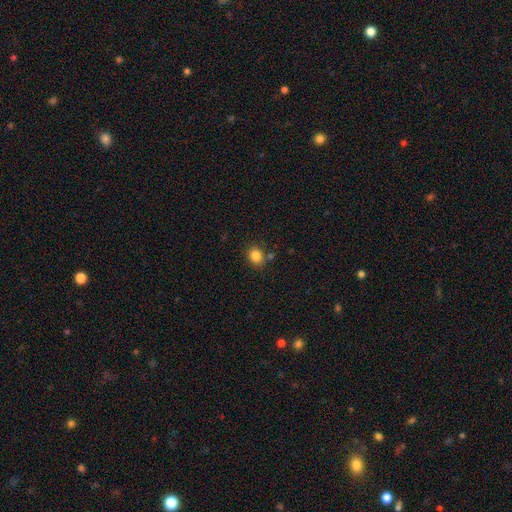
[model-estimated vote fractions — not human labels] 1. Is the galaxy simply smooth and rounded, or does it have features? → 85% smooth, 11% star or artifact, 5% featured or disk.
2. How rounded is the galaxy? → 61% round, 38% in between, 1% cigar-shaped.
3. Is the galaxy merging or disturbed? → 79% none, 11% minor disturbance, 7% merger, 3% major disturbance.